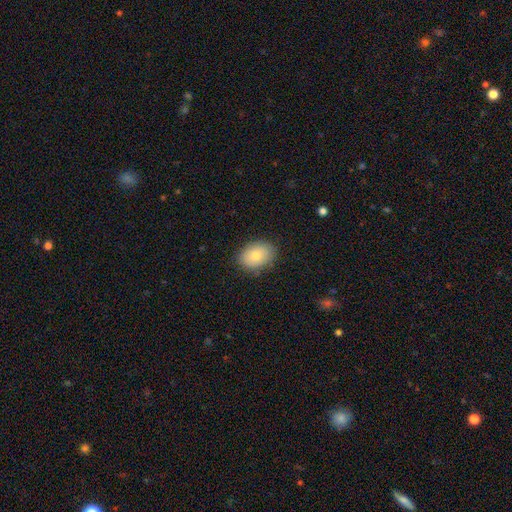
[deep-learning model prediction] Smooth or featured: smooth — 80% (featured or disk — 12%)
How rounded: in between — 76% (round — 23%)
Merging: none — 85% (minor disturbance — 12%)